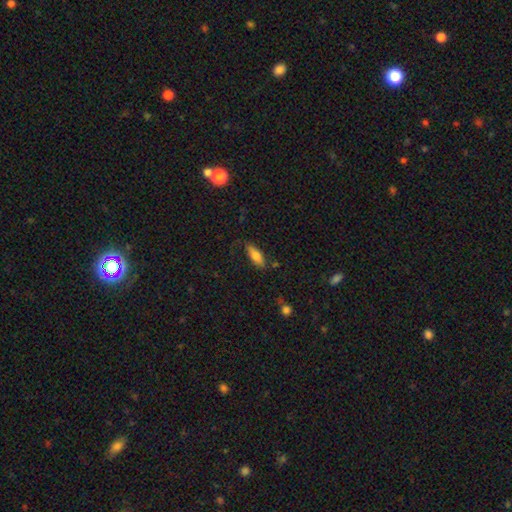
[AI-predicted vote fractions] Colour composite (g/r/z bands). It shows a smooth galaxy with no disk features (74%) that is in between round and cigar-shaped (64%). Merging: none (75%).